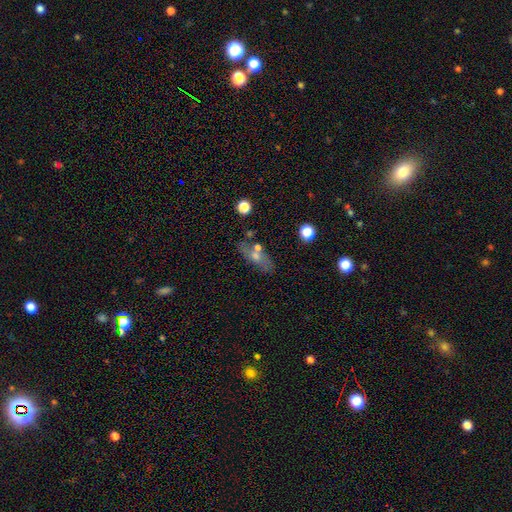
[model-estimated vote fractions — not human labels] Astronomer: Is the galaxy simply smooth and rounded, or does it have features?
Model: smooth — 48% (runner-up: featured or disk, 39%).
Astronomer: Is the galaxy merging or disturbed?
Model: none — 62%.